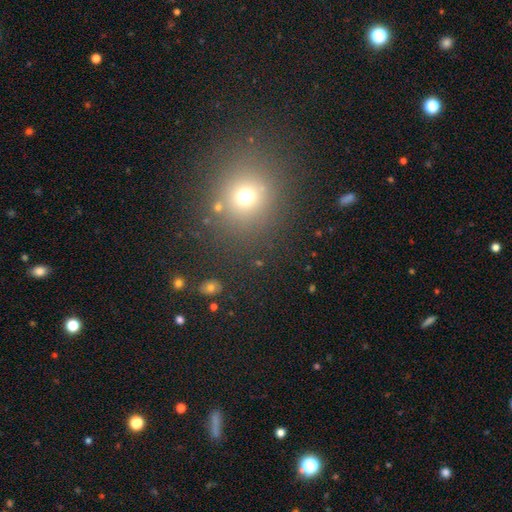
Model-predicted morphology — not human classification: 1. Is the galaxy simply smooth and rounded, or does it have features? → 56% smooth, 37% star or artifact, 8% featured or disk.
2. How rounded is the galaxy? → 84% round, 14% in between, 1% cigar-shaped.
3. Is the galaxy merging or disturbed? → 88% none, 7% minor disturbance, 3% major disturbance, 2% merger.